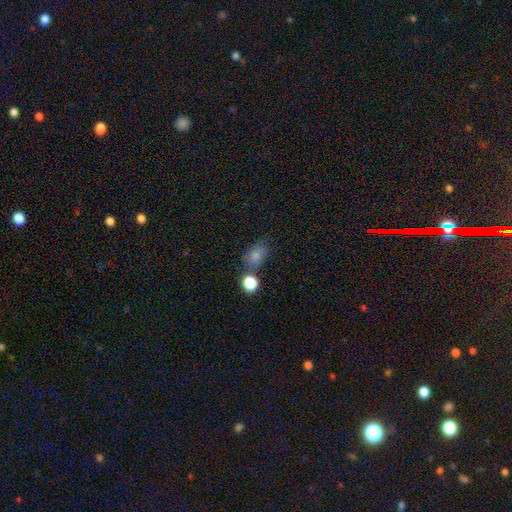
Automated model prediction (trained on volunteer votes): Smooth or featured?
  - smooth: 80% *
  - star or artifact: 12%
  - featured or disk: 8%
How rounded?
  - in between: 72% *
  - round: 27%
  - cigar-shaped: 1%
Merging?
  - none: 64% *
  - minor disturbance: 16%
  - merger: 14%
  - major disturbance: 5%